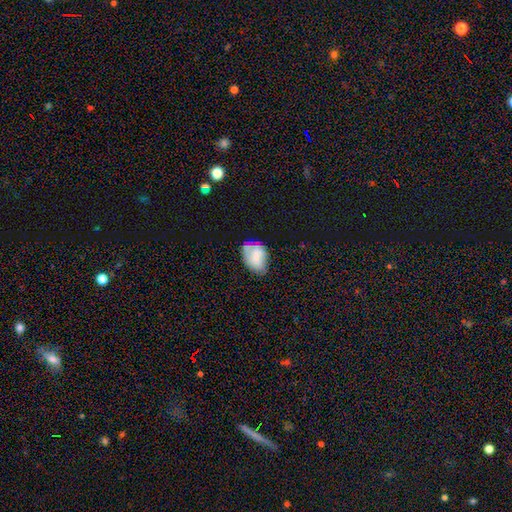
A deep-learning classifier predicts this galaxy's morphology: Smooth or featured?
  - smooth: 66% *
  - featured or disk: 26%
  - star or artifact: 9%
How rounded?
  - in between: 80% *
  - round: 19%
  - cigar-shaped: 1%
Merging?
  - none: 56% *
  - minor disturbance: 33%
  - major disturbance: 9%
  - merger: 3%